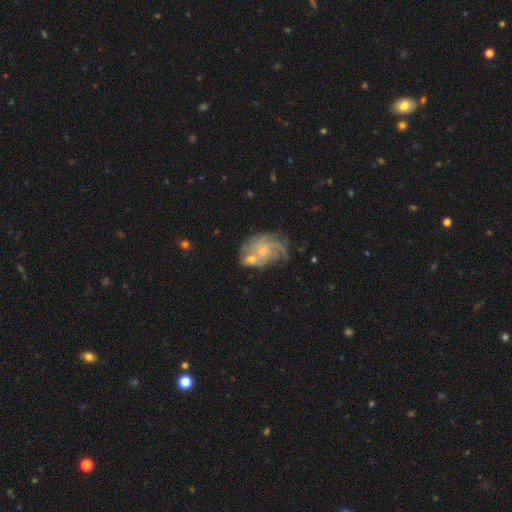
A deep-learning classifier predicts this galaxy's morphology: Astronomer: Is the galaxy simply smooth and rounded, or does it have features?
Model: featured or disk — 72%.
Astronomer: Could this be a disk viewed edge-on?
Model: no — 97%.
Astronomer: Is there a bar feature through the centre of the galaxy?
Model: no — 73%.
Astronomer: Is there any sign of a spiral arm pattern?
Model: yes — 83%.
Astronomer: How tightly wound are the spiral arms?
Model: tight — 42% (runner-up: medium, 36%).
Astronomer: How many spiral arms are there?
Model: can't tell — 46%.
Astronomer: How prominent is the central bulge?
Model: small — 64%.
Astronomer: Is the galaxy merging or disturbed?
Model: none — 39% (runner-up: merger, 21%).